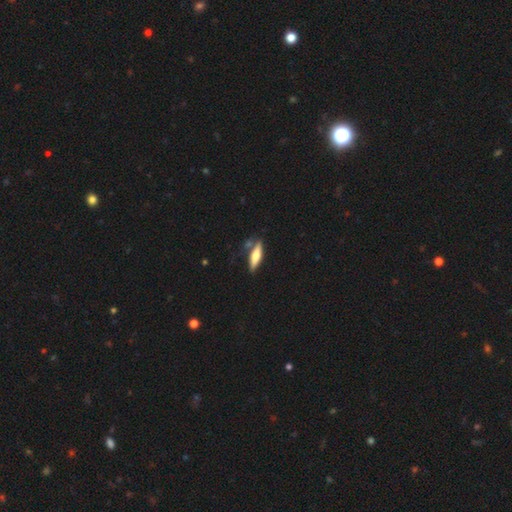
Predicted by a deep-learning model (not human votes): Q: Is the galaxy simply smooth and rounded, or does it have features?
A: smooth — 54%.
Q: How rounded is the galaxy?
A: cigar-shaped — 70%.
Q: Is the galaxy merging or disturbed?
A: none — 73%.